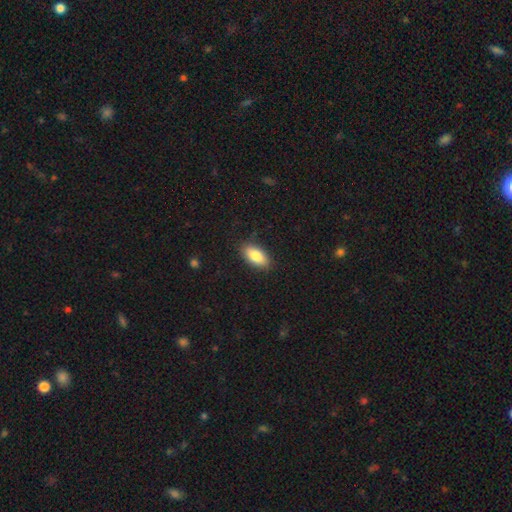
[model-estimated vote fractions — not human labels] smooth-or-featured: smooth: 84% | featured or disk: 9% | star or artifact: 7%
  how-rounded: in between: 90% | cigar-shaped: 7% | round: 3%
  merging: none: 87% | minor disturbance: 10% | major disturbance: 2% | merger: 1%